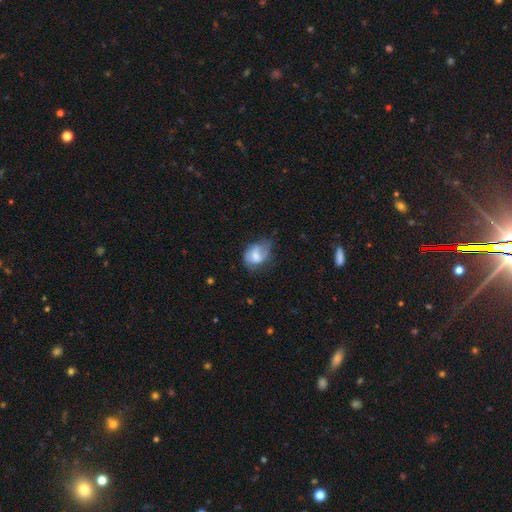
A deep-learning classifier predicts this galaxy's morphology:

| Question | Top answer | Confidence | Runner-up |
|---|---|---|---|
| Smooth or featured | smooth | 56% | featured or disk (35%) |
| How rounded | in between | 65% | round (34%) |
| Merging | minor disturbance | 37% | none (34%) |